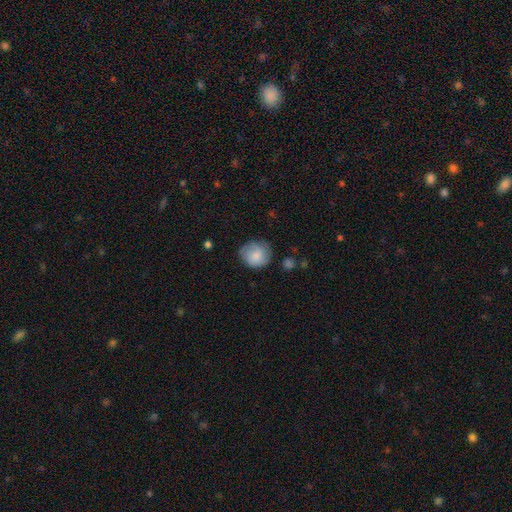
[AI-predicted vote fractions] The model was most divided on "merging": none: 68%, minor disturbance: 24%, major disturbance: 7%, merger: 2%. More confident: how rounded — round (81%); smooth or featured — smooth (80%).